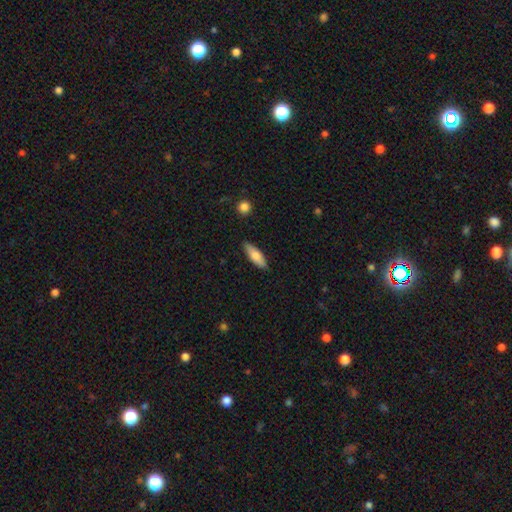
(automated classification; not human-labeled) Smooth or featured? smooth (77%)
How rounded? in between (55%)
Merging? none (86%)